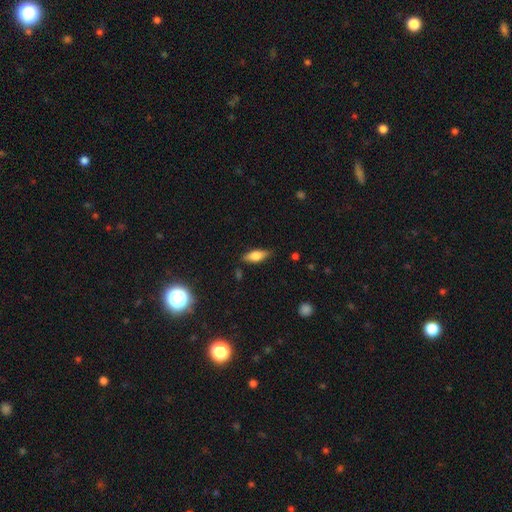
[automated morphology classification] type=smooth (68%); roundness=in between (69%); merging=none (81%).